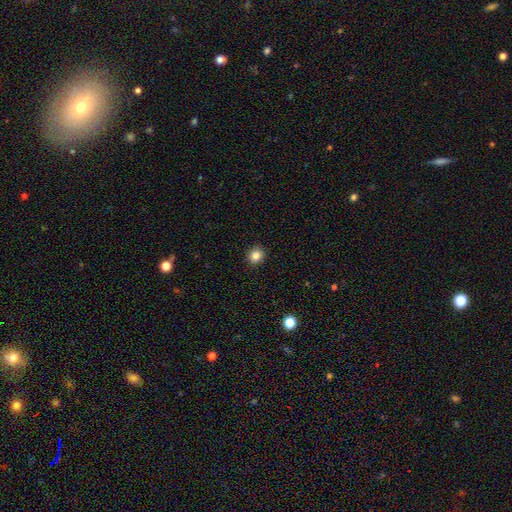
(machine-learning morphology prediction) This appears to be a smooth galaxy with no disk features (84%) that is round (82%). Merging: none (92%).